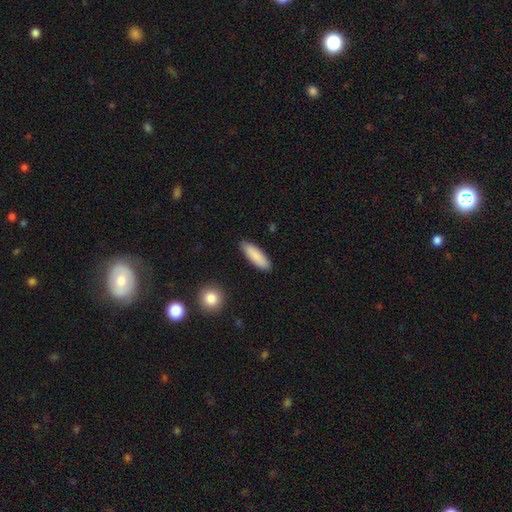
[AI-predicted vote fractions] The model was most divided on "how rounded": in between: 51%, cigar-shaped: 48%, round: 2%. More confident: merging — none (88%); smooth or featured — smooth (88%).